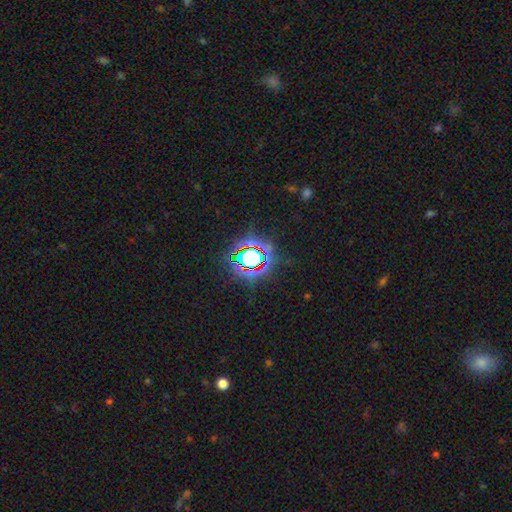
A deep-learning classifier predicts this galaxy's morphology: star or artifact 79%, smooth 12%, featured or disk 8%.